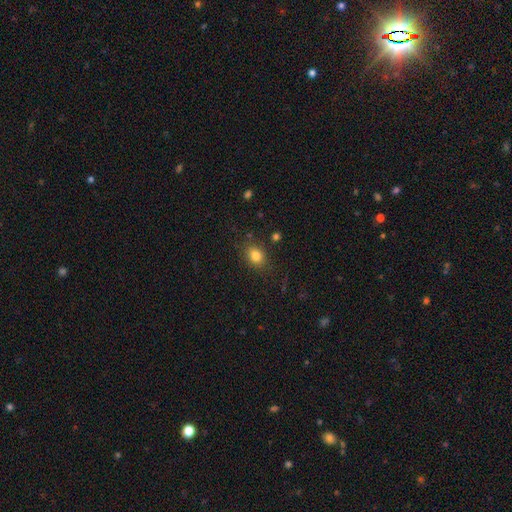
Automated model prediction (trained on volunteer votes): Q: Smooth or featured?
A: smooth (82%); runner-up: star or artifact (11%)
Q: How rounded?
A: in between (56%); runner-up: round (43%)
Q: Merging?
A: none (81%); runner-up: minor disturbance (12%)